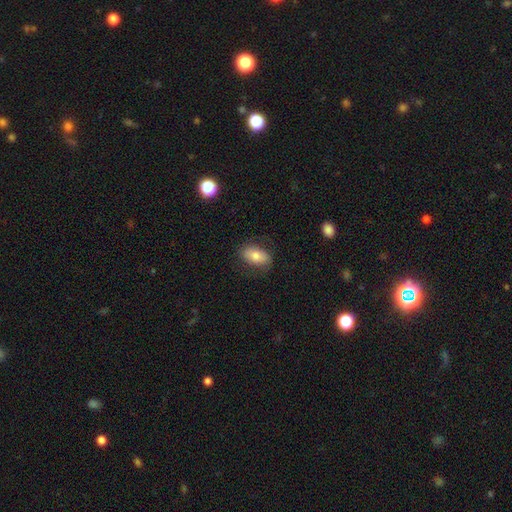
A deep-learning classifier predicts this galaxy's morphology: Q: Smooth or featured?
A: smooth (76%); runner-up: featured or disk (17%)
Q: How rounded?
A: in between (91%); runner-up: round (6%)
Q: Merging?
A: none (79%); runner-up: minor disturbance (15%)